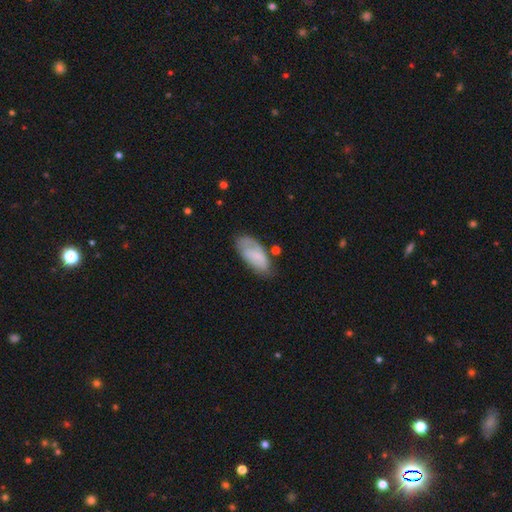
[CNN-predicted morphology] Q: Smooth or featured?
A: smooth (64%); runner-up: featured or disk (29%)
Q: How rounded?
A: in between (88%); runner-up: cigar-shaped (10%)
Q: Merging?
A: none (57%); runner-up: minor disturbance (28%)